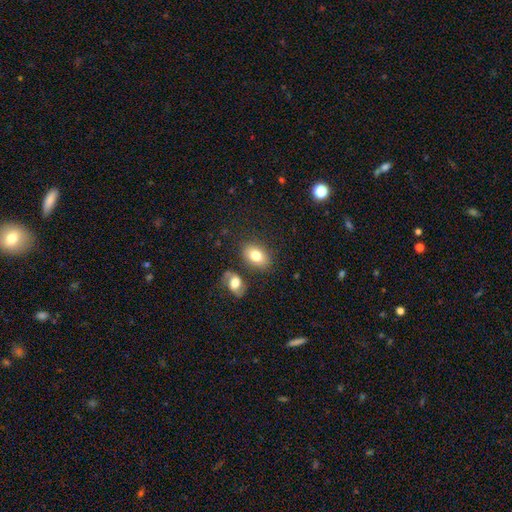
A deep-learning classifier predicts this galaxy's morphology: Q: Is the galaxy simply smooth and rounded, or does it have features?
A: smooth — 78%.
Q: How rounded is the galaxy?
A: in between — 83%.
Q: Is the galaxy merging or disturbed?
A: none — 76%.